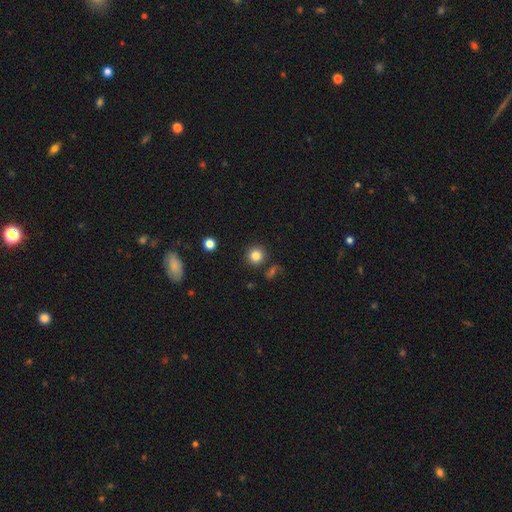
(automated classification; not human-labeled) A smooth galaxy with no disk features (82%) that is round (93%).

Vote fractions:
- Smooth or featured? smooth: 82% / star or artifact: 11% / featured or disk: 6%
- How rounded? round: 93% / in between: 6% / cigar-shaped: 1%
- Merging? none: 87% / minor disturbance: 7% / merger: 4% / major disturbance: 3%